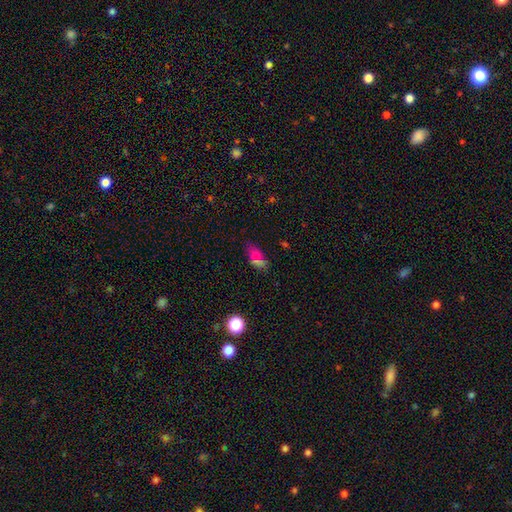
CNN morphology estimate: smooth 65%, star or artifact 25%, featured or disk 11%. Down the decision tree: how rounded — in between (83%); merging — none (72%).